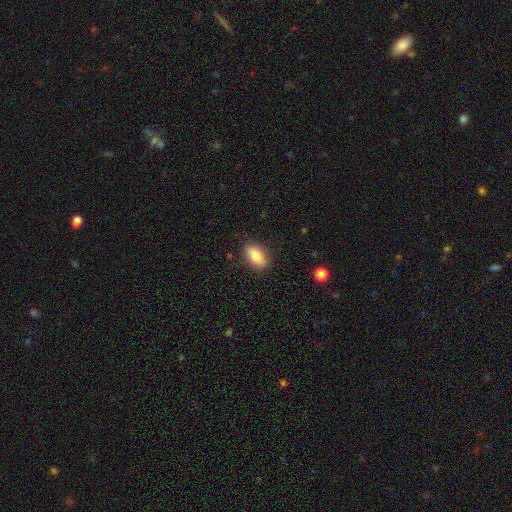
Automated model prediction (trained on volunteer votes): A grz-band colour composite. It shows a smooth galaxy with no disk features (86%) that is in between round and cigar-shaped (89%). Merging: none (84%).